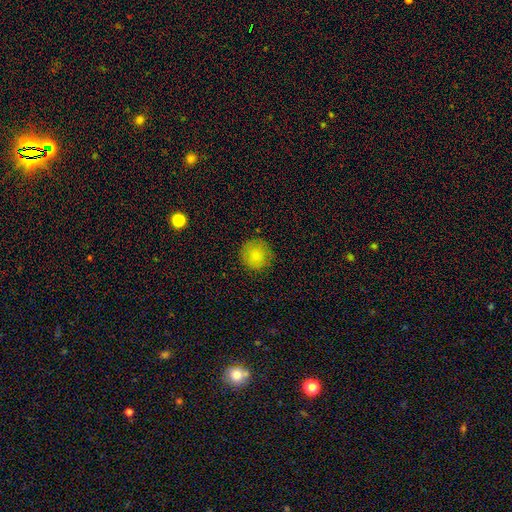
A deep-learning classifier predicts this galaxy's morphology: Smooth or featured: smooth — 84% (star or artifact — 9%)
How rounded: round — 95% (in between — 4%)
Merging: none — 86% (minor disturbance — 10%)